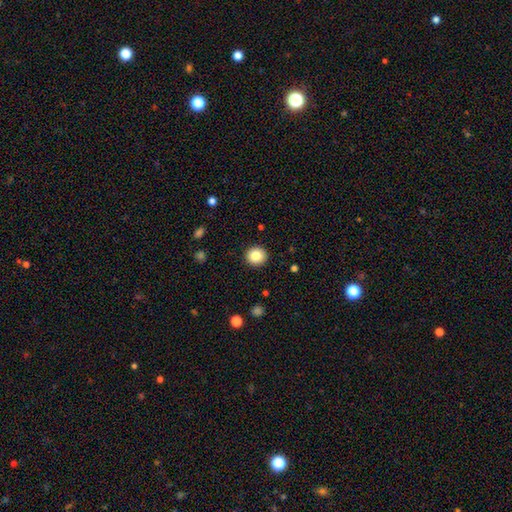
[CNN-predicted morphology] A smooth galaxy with no disk features (84%) that is round (92%).

Vote fractions:
- Smooth or featured? smooth: 84% / star or artifact: 9% / featured or disk: 7%
- How rounded? round: 92% / in between: 7% / cigar-shaped: 1%
- Merging? none: 92% / minor disturbance: 5% / major disturbance: 2% / merger: 1%